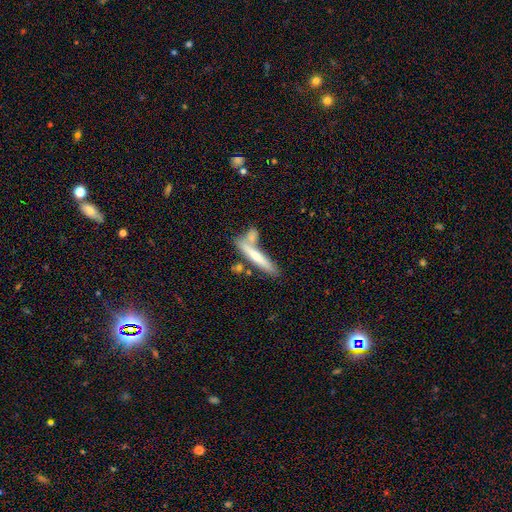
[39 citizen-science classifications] Volunteers were most divided on "merging": none: 51%, merger: 28%, minor disturbance: 21%, major disturbance: 0%. More confident: how rounded — cigar-shaped (92%); smooth or featured — smooth (67%).